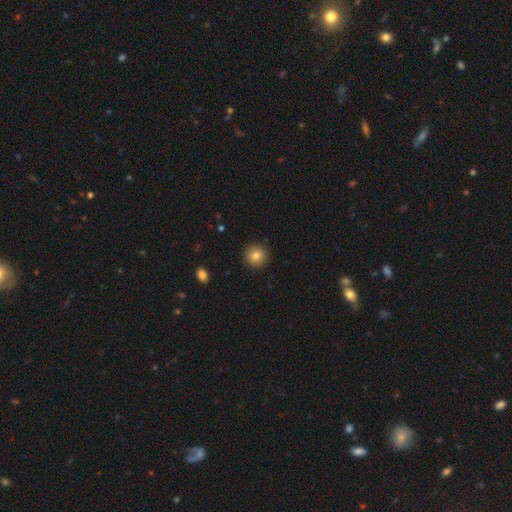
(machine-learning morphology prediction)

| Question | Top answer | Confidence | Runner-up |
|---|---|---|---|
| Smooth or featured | smooth | 83% | star or artifact (10%) |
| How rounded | round | 93% | in between (6%) |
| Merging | none | 91% | minor disturbance (6%) |